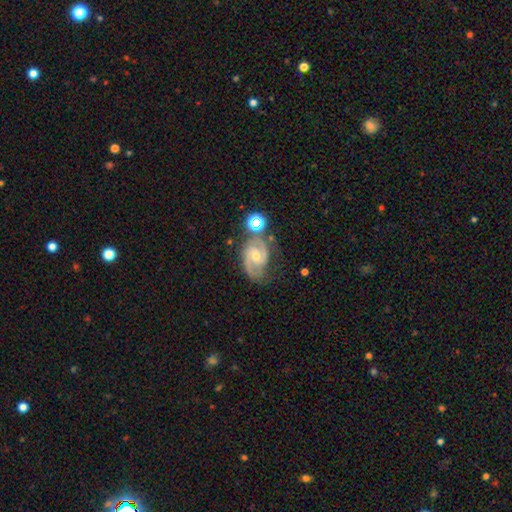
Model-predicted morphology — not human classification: smooth-or-featured: featured or disk: 87% | star or artifact: 7% | smooth: 7%
  disk-edge-on: no: 97% | yes: 3%
    bar: no: 46% | weak: 43% | strong: 11%
    has-spiral-arms: yes: 98% | no: 2%
      spiral-winding: medium: 56% | tight: 32% | loose: 12%
      spiral-arm-count: 2: 90% | can't tell: 3% | 3: 3% | 1: 1% | 4: 1% | more than 4: 1%
    bulge-size: moderate: 52% | small: 44% | large: 2% | none: 1% | dominant: 1%
  merging: none: 68% | minor disturbance: 19% | merger: 7% | major disturbance: 6%